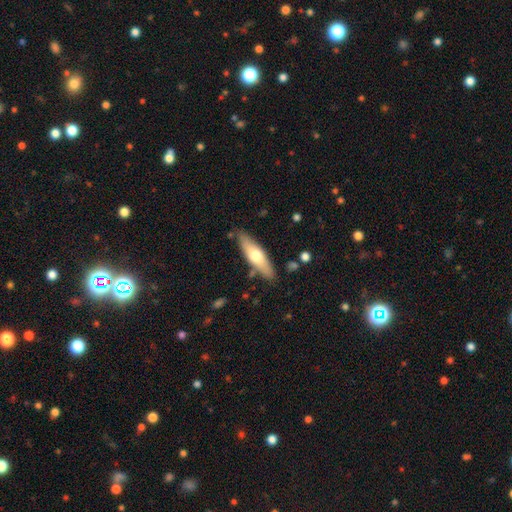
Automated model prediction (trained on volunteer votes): Smooth or featured?
  - smooth: 57% *
  - featured or disk: 38%
  - star or artifact: 5%
How rounded?
  - cigar-shaped: 60% *
  - in between: 38%
  - round: 2%
Merging?
  - none: 83% *
  - minor disturbance: 12%
  - merger: 3%
  - major disturbance: 2%